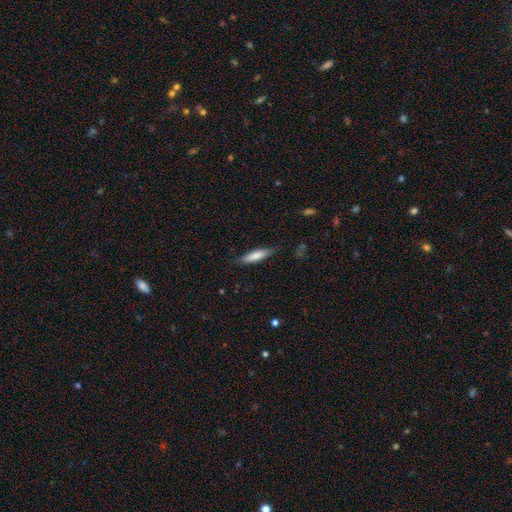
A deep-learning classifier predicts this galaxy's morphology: Smooth or featured? smooth (76%)
How rounded? cigar-shaped (71%)
Merging? none (77%)